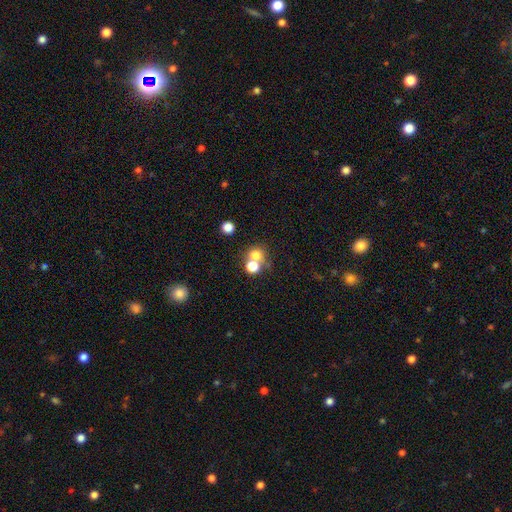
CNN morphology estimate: smooth-or-featured: smooth: 72% | star or artifact: 16% | featured or disk: 12%
  how-rounded: round: 76% | in between: 23% | cigar-shaped: 1%
  merging: merger: 46% | none: 43% | minor disturbance: 7% | major disturbance: 4%